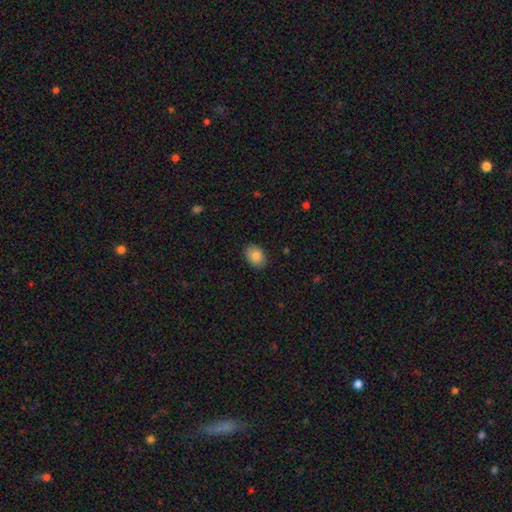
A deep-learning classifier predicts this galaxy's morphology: The model was most divided on "how rounded": in between: 70%, round: 30%, cigar-shaped: 1%. More confident: merging — none (87%); smooth or featured — smooth (86%).